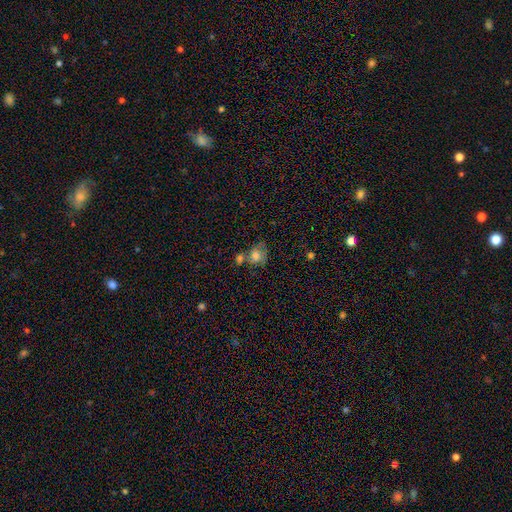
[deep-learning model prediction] Overall: smooth (72%). How rounded: round (51%; in between 48%). Merging: merger (36%; none 33%).